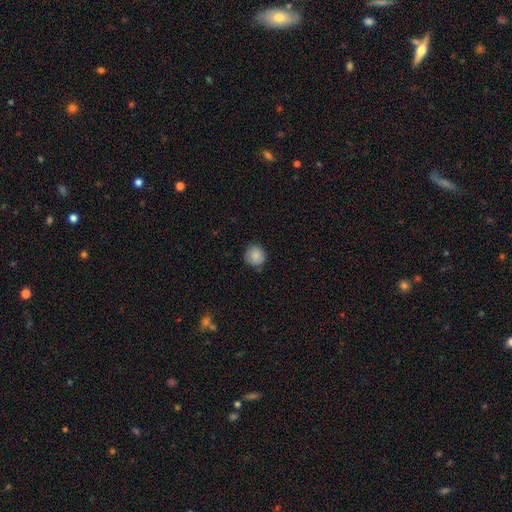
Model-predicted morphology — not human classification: Overall: smooth (86%). How rounded: round (91%). Merging: none (83%).